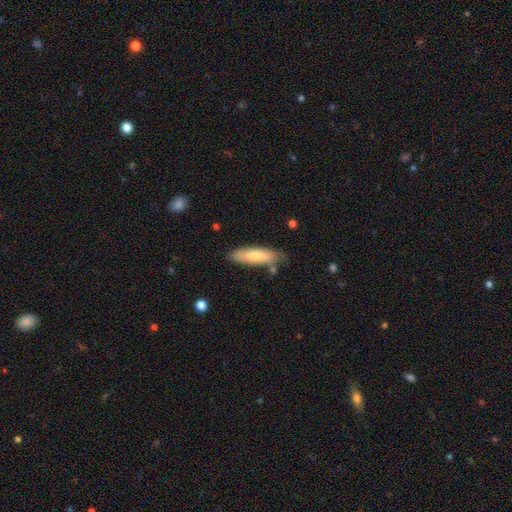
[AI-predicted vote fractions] The model was most divided on "how rounded": cigar-shaped: 59%, in between: 39%, round: 1%. More confident: merging — none (73%); smooth or featured — smooth (73%).